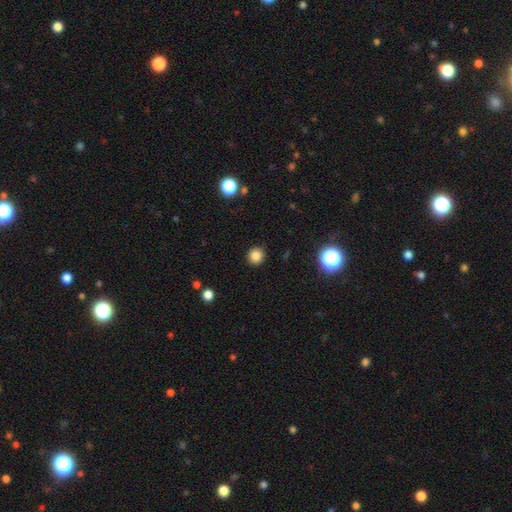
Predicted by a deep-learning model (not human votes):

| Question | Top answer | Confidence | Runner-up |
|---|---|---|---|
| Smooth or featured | smooth | 83% | star or artifact (13%) |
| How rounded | round | 91% | in between (8%) |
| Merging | none | 91% | minor disturbance (6%) |